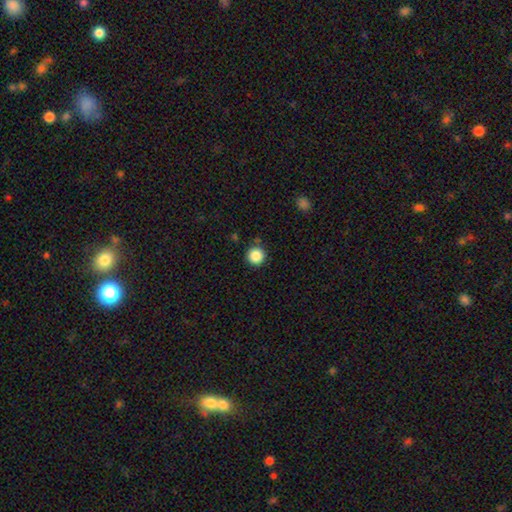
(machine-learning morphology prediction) smooth_or_featured: smooth (p=0.87) [alt: star or artifact p=0.10]
how_rounded: round (p=0.96) [alt: in between p=0.03]
merging: none (p=0.87) [alt: minor disturbance p=0.08]